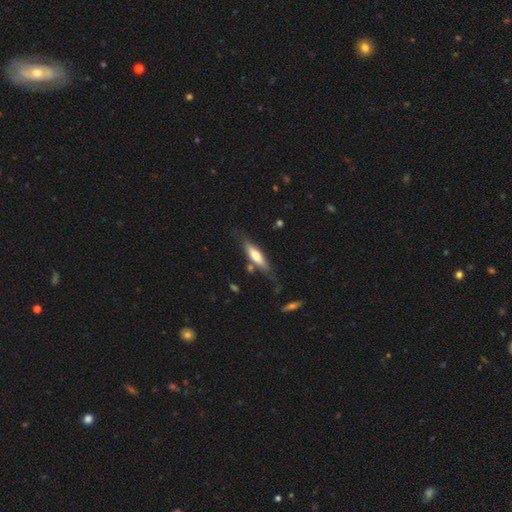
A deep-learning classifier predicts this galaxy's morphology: This appears to be a smooth galaxy with no disk features (49%). Merging: none (68%).